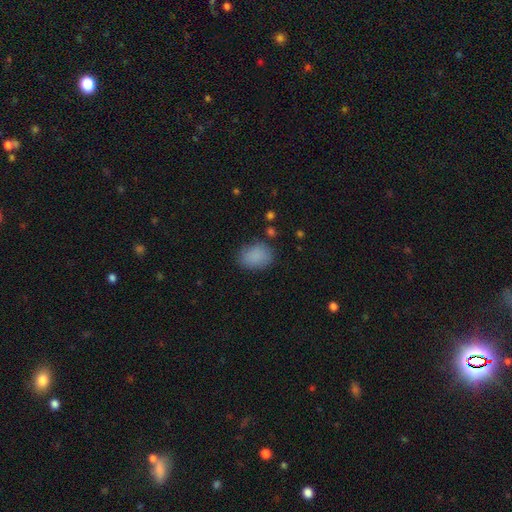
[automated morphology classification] This appears to be a smooth galaxy with no disk features (86%) that is in between round and cigar-shaped (68%). Merging: none (78%).